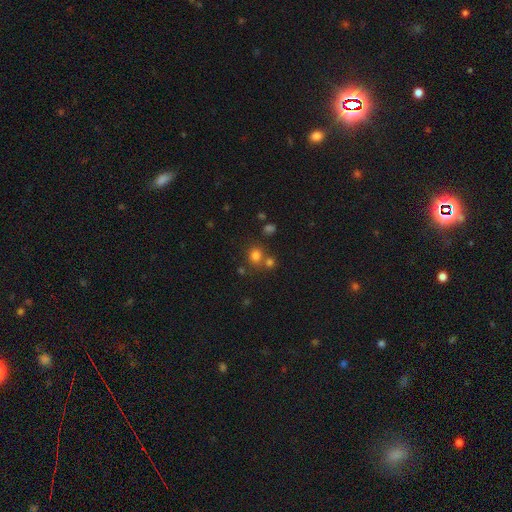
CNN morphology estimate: Overall: smooth (75%). How rounded: round (80%). Merging: none (61%; merger 26%).